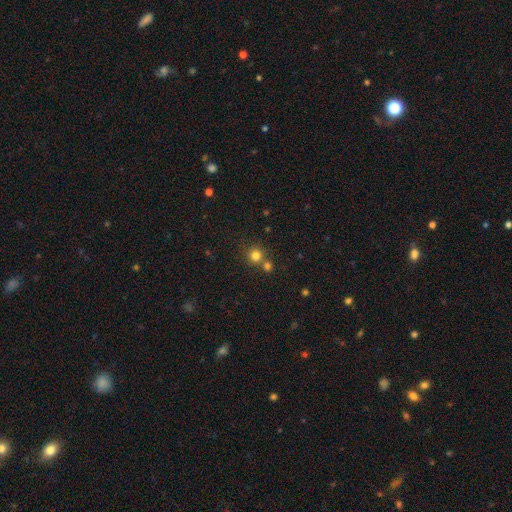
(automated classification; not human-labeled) Smooth or featured: smooth — 79% (star or artifact — 15%)
How rounded: round — 92% (in between — 7%)
Merging: none — 65% (merger — 26%)